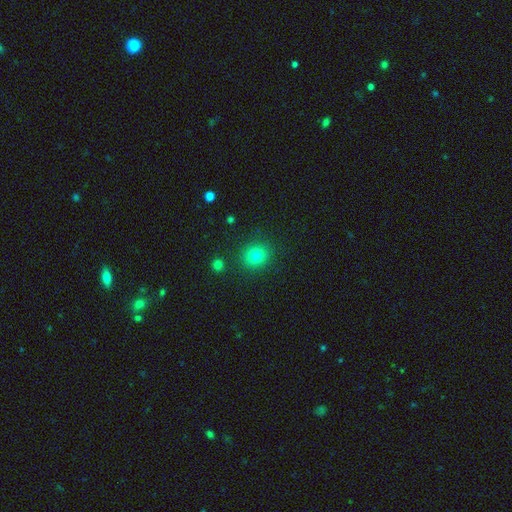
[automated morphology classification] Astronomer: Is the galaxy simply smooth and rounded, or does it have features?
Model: smooth — 79%.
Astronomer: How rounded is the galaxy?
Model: round — 82%.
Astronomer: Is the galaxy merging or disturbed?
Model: none — 87%.